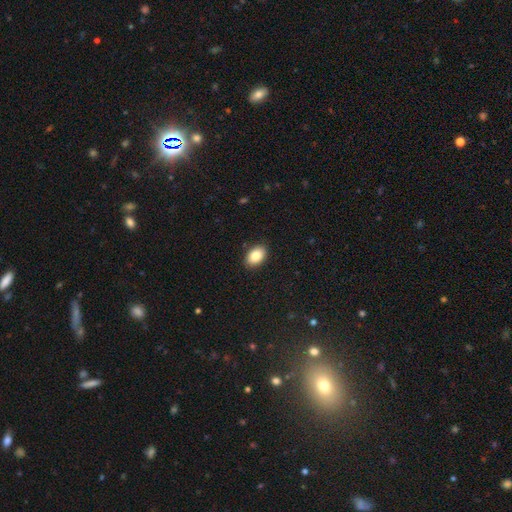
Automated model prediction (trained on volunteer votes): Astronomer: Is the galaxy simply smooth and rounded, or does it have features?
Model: smooth — 85%.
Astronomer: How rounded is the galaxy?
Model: in between — 87%.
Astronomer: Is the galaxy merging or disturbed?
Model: none — 89%.